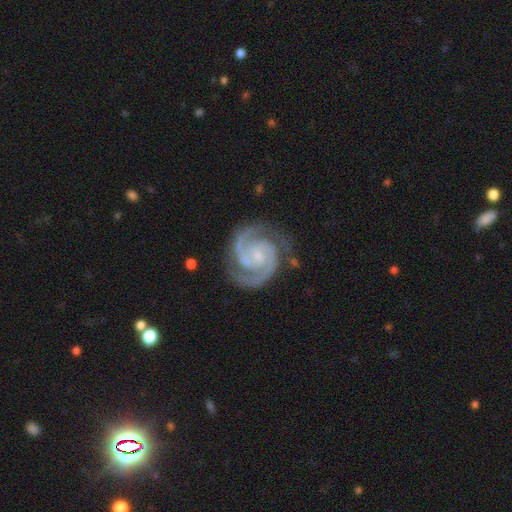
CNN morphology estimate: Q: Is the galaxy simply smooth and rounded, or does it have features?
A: featured or disk — 94%.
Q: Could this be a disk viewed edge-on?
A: no — 98%.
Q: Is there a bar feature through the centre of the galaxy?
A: no — 51%.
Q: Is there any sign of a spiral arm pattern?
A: yes — 99%.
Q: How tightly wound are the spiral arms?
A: tight — 61%.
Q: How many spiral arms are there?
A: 2 — 90%.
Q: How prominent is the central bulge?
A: small — 63%.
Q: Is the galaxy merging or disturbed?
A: none — 79%.